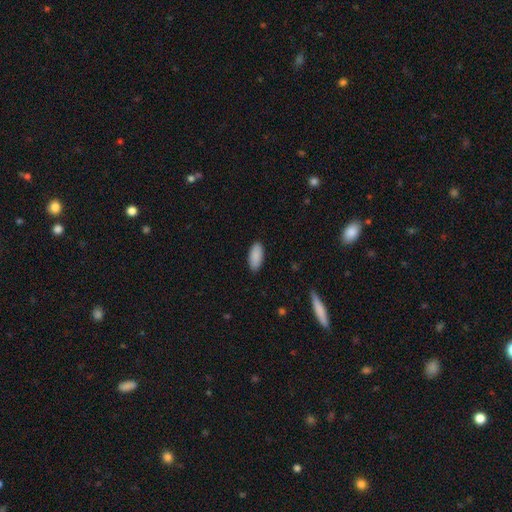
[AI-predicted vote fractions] Q: Smooth or featured?
A: smooth (90%); runner-up: star or artifact (6%)
Q: How rounded?
A: in between (89%); runner-up: cigar-shaped (9%)
Q: Merging?
A: none (88%); runner-up: minor disturbance (9%)